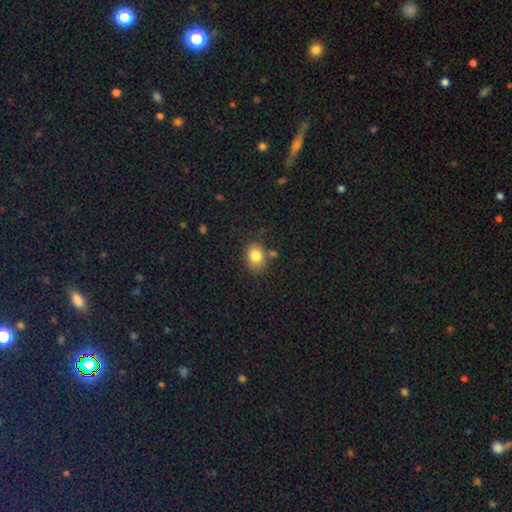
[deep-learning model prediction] The model was most divided on "how rounded": in between: 52%, round: 47%, cigar-shaped: 1%. More confident: smooth or featured — smooth (82%); merging — none (73%).